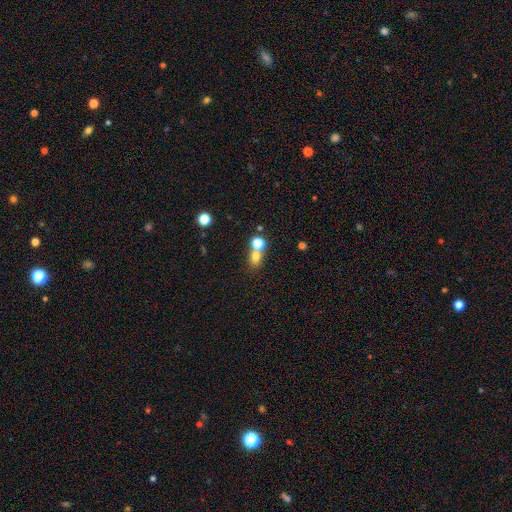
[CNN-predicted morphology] A smooth galaxy with no disk features (74%) that is round (63%). Merging: merger (47%).